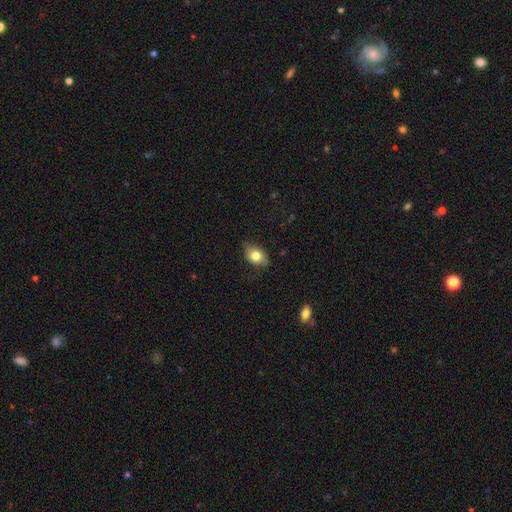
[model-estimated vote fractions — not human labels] Q: Smooth or featured?
A: smooth (77%); runner-up: featured or disk (15%)
Q: How rounded?
A: in between (78%); runner-up: round (20%)
Q: Merging?
A: none (72%); runner-up: minor disturbance (22%)